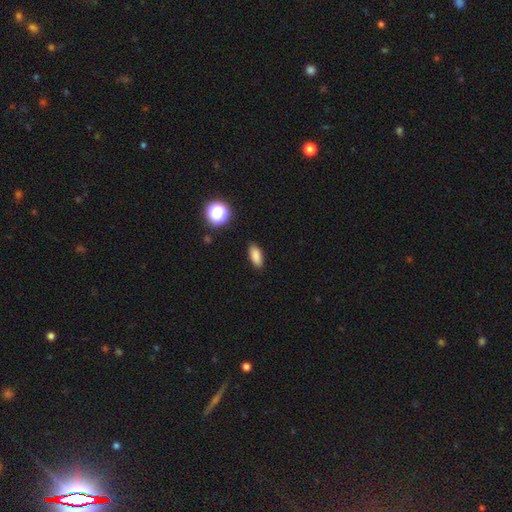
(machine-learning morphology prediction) The model was most divided on "how rounded": in between: 82%, cigar-shaped: 13%, round: 5%. More confident: merging — none (88%); smooth or featured — smooth (85%).